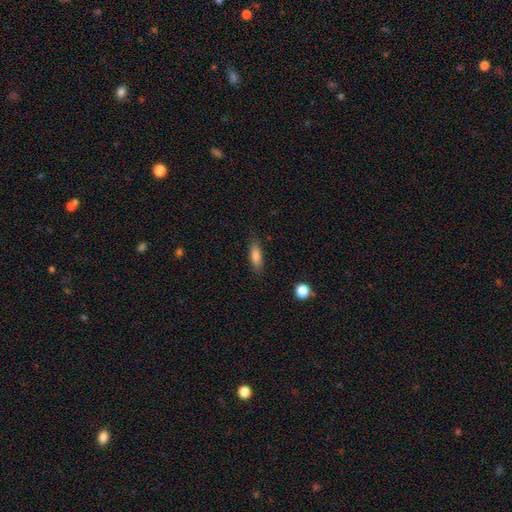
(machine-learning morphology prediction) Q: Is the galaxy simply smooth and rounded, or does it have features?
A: smooth — 81%.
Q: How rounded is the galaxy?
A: in between — 56%.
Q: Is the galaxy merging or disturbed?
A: none — 84%.